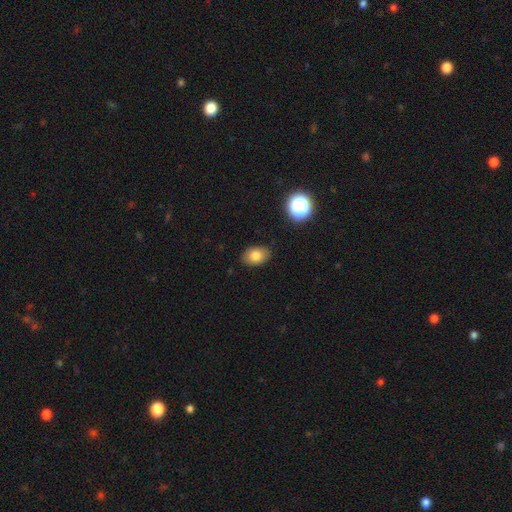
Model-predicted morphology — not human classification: The model was most divided on "how rounded": in between: 79%, round: 20%, cigar-shaped: 1%. More confident: merging — none (86%); smooth or featured — smooth (79%).